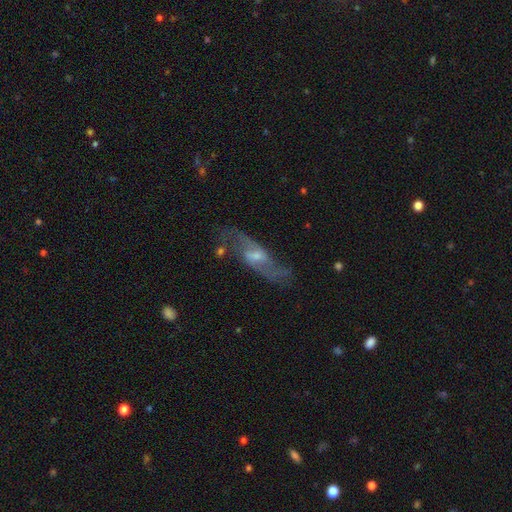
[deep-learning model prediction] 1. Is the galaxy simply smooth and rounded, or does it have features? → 78% featured or disk, 14% smooth, 7% star or artifact.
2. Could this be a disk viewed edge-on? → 83% no, 17% yes.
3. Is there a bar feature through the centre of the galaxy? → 52% weak, 28% no, 20% strong.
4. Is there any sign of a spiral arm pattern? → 88% yes, 12% no.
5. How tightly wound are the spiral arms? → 55% loose, 35% medium, 10% tight.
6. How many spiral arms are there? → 85% 2, 9% can't tell, 2% 1, 2% 3, 1% 4, 1% more than 4.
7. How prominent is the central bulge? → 48% small, 40% moderate, 7% none, 4% large, 1% dominant.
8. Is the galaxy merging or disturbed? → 69% none, 17% minor disturbance, 11% major disturbance, 3% merger.